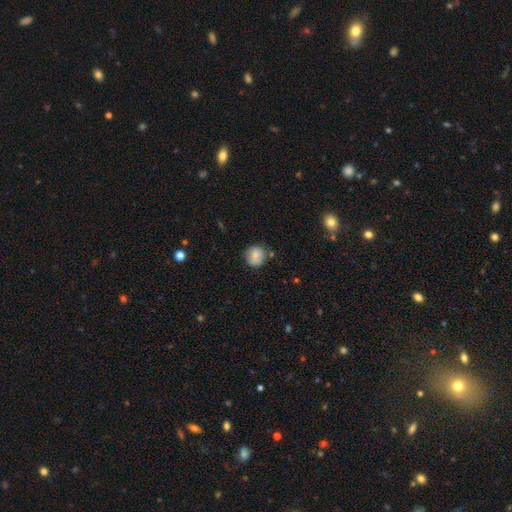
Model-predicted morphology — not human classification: Smooth or featured: smooth — 76% (featured or disk — 15%)
How rounded: round — 86% (in between — 13%)
Merging: none — 73% (minor disturbance — 18%)